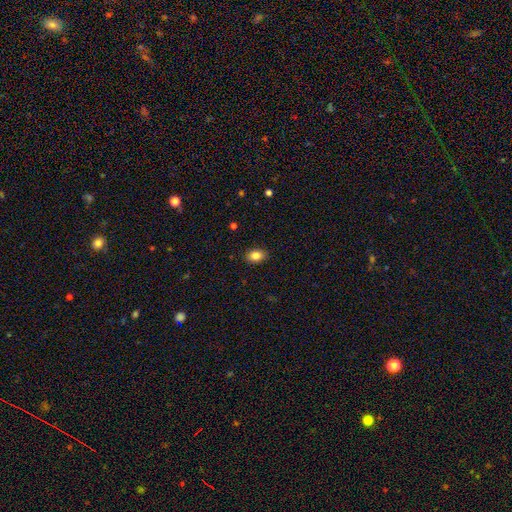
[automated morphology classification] The model was most divided on "how rounded": in between: 74%, round: 24%, cigar-shaped: 1%. More confident: merging — none (88%); smooth or featured — smooth (85%).